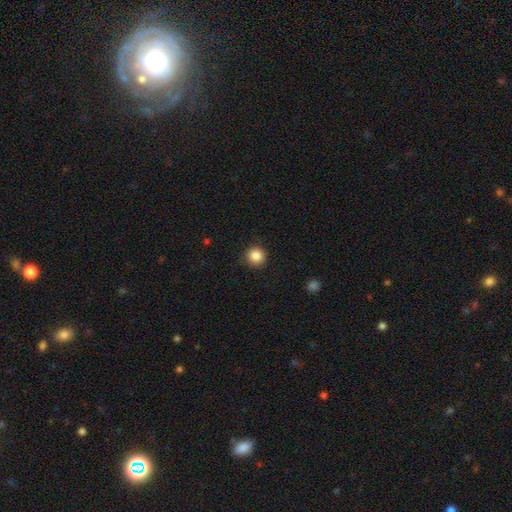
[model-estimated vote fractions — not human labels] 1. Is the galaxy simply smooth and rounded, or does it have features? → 87% smooth, 10% star or artifact, 4% featured or disk.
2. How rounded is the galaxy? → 94% round, 5% in between, 1% cigar-shaped.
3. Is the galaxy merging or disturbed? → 89% none, 8% minor disturbance, 2% major disturbance, 1% merger.